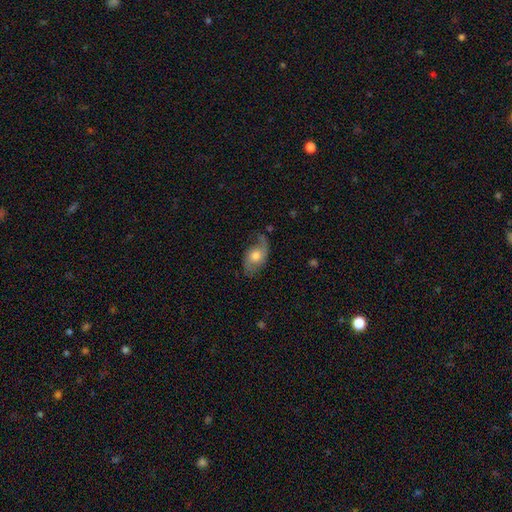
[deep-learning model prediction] Smooth or featured? Predicted: featured or disk (p=0.57). Edge-on disk? Predicted: no (p=0.94). Bar? Predicted: no (p=0.75). Spiral arms? Predicted: yes (p=0.84). Bulge size? Predicted: moderate (p=0.64). Merging? Predicted: none (p=0.57).